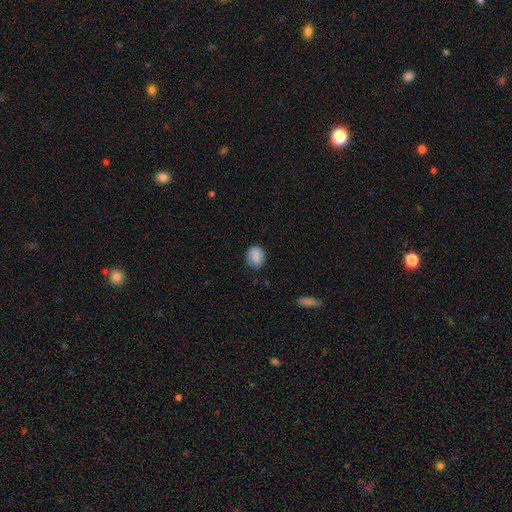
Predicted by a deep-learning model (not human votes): This appears to be a smooth galaxy with no disk features (85%) that is round (51%). Merging: none (74%).